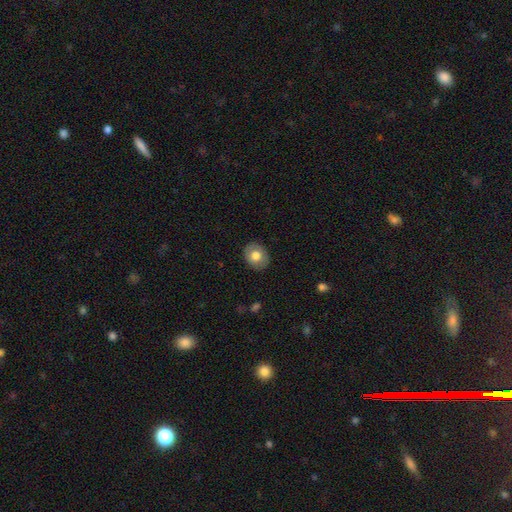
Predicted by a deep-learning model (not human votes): A smooth galaxy with no disk features (73%) that is round (54%). Merging: none (87%).